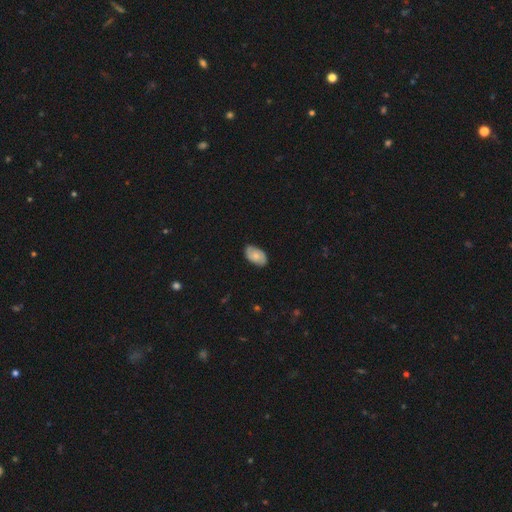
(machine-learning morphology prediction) A smooth galaxy with no disk features (61%) that is in between round and cigar-shaped (93%). Merging: none (82%).